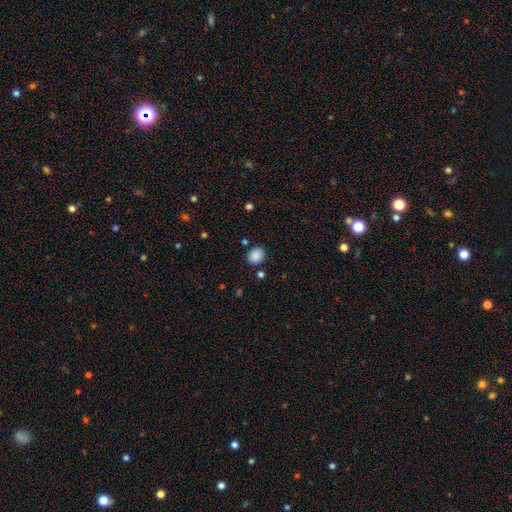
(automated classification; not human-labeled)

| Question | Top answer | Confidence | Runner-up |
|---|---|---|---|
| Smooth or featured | smooth | 87% | star or artifact (9%) |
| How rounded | round | 71% | in between (28%) |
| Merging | none | 83% | minor disturbance (10%) |